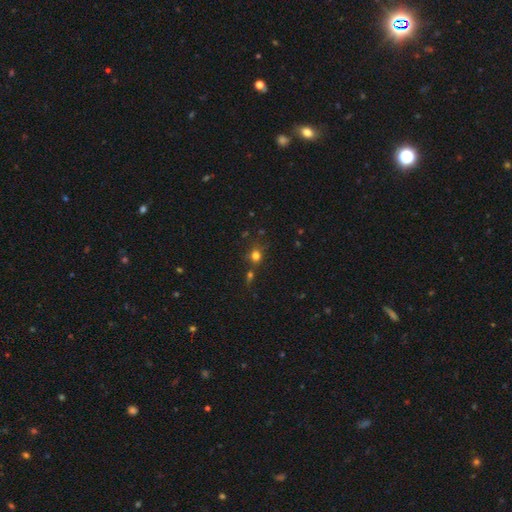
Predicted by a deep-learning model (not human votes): Smooth or featured?
  - smooth: 72% *
  - star or artifact: 20%
  - featured or disk: 8%
How rounded?
  - round: 80% *
  - in between: 19%
  - cigar-shaped: 1%
Merging?
  - none: 65% *
  - merger: 17%
  - minor disturbance: 12%
  - major disturbance: 5%